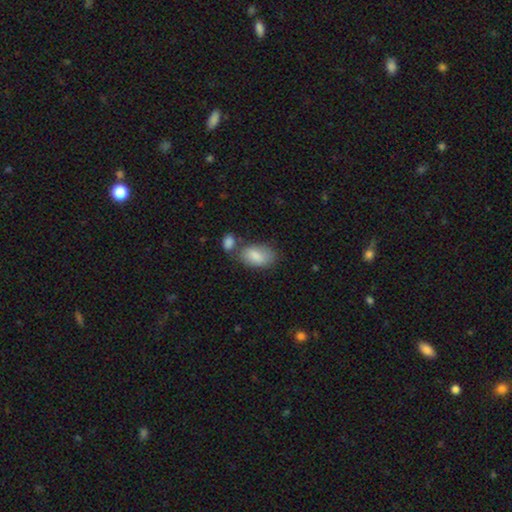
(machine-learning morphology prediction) Smooth or featured: smooth — 83% (featured or disk — 11%)
How rounded: in between — 92% (round — 6%)
Merging: none — 49% (merger — 27%)